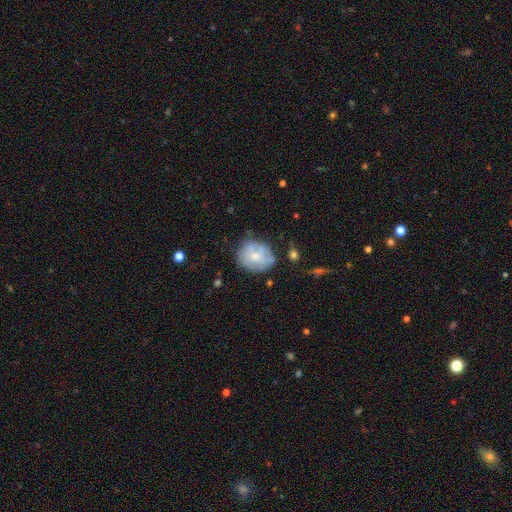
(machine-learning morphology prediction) smooth 52%, featured or disk 42%, star or artifact 7%. Down the decision tree: how rounded — round (70%); merging — none (67%).